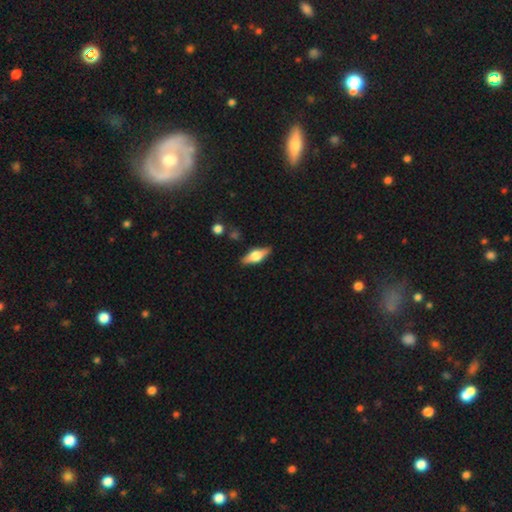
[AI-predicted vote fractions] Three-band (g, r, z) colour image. It shows a featured or disk galaxy (55%) viewed edge-on (92%). Merging: none (85%).